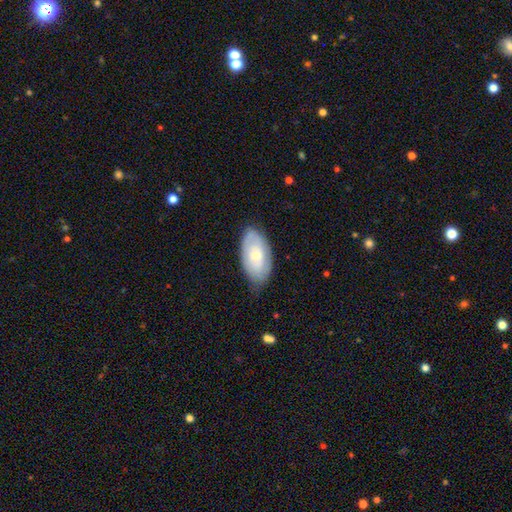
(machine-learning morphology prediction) This appears to be a smooth galaxy with no disk features (55%) that is in between round and cigar-shaped (94%). Merging: none (74%).